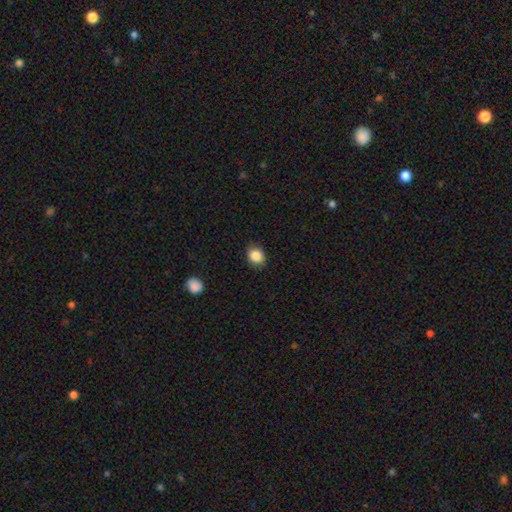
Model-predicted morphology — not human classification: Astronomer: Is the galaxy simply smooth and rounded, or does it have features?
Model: smooth — 87%.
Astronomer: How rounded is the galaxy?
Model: round — 61% (runner-up: in between, 38%).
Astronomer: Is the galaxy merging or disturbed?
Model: none — 85%.